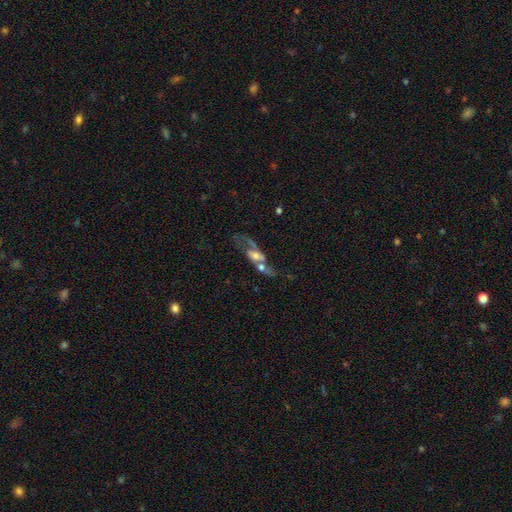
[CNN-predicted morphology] A featured or disk galaxy (63%) with no bar (65%), spiral arms (59%) and a moderate central bulge (50%).

Vote fractions:
- Smooth or featured? featured or disk: 63% / smooth: 28% / star or artifact: 9%
- Edge-on disk? no: 80% / yes: 20%
- Bar? no: 65% / weak: 25% / strong: 10%
- Spiral arms? yes: 59% / no: 41%
- Bulge size? moderate: 50% / small: 26% / large: 15% / none: 6% / dominant: 2%
- Merging? merger: 42% / none: 29% / major disturbance: 17% / minor disturbance: 13%